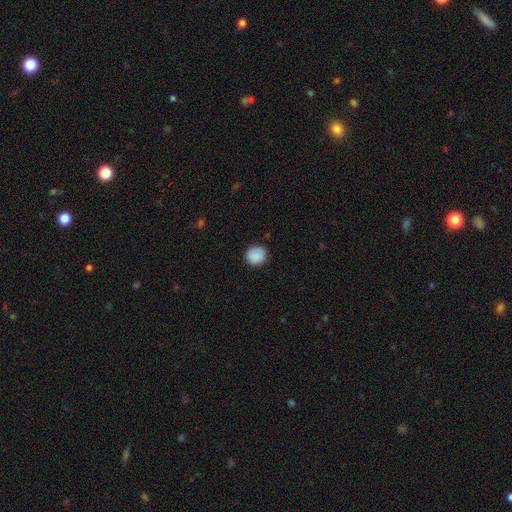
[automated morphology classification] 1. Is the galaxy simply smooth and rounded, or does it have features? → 88% smooth, 8% star or artifact, 4% featured or disk.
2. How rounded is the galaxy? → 87% round, 12% in between, 1% cigar-shaped.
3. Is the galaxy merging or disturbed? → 87% none, 9% minor disturbance, 2% major disturbance, 1% merger.